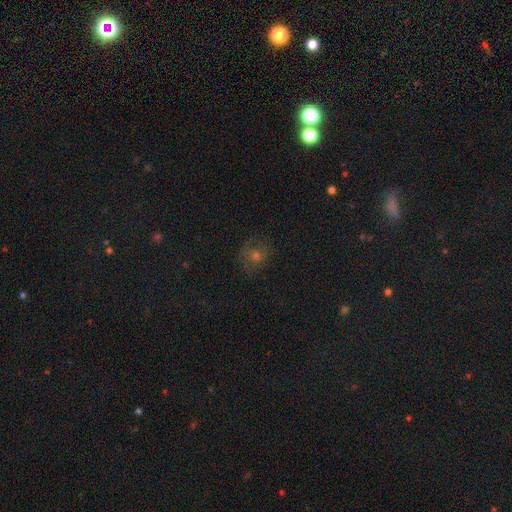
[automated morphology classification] Q: Smooth or featured?
A: smooth (39%); runner-up: featured or disk (33%)
Q: Merging?
A: none (70%); runner-up: minor disturbance (17%)